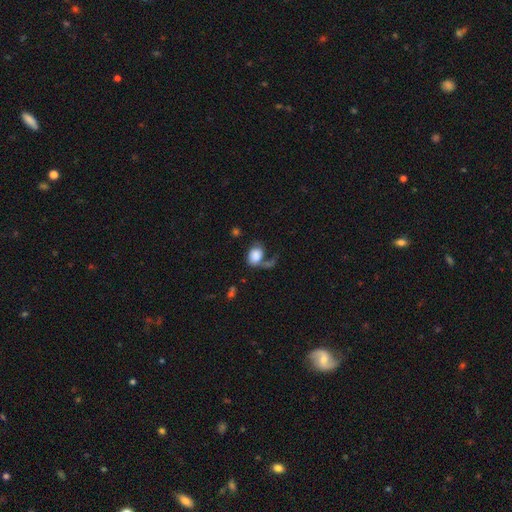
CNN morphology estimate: Smooth or featured?
  - smooth: 76% *
  - featured or disk: 16%
  - star or artifact: 8%
How rounded?
  - in between: 65% *
  - round: 34%
  - cigar-shaped: 1%
Merging?
  - none: 33% *
  - major disturbance: 29%
  - merger: 21%
  - minor disturbance: 16%